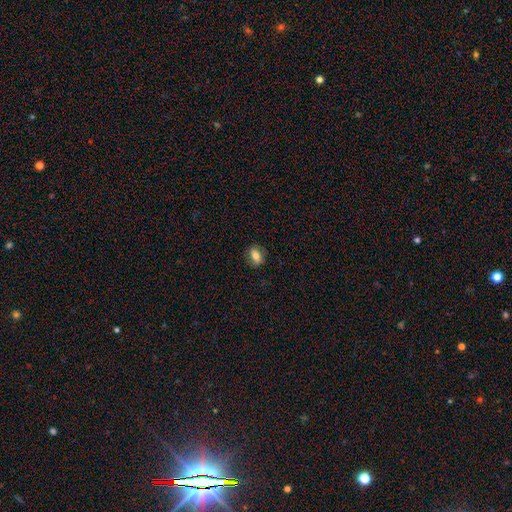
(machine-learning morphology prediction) This is likely a smooth galaxy (72%). How rounded: likely in between (73%). Merging: clearly none (84%).